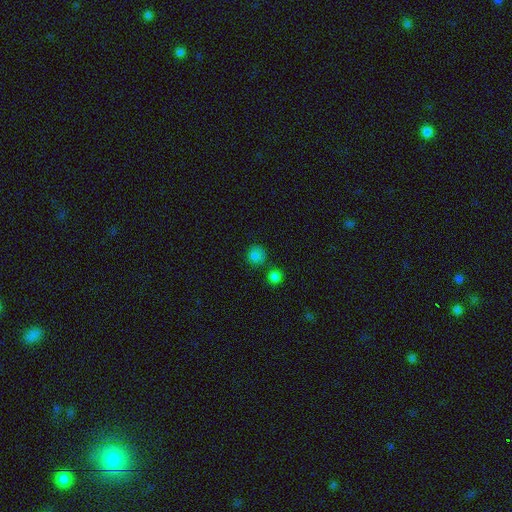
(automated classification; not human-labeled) A smooth galaxy with no disk features (82%) that is round (91%).

Vote fractions:
- Smooth or featured? smooth: 82% / star or artifact: 14% / featured or disk: 4%
- How rounded? round: 91% / in between: 8% / cigar-shaped: 1%
- Merging? none: 74% / merger: 12% / minor disturbance: 11% / major disturbance: 4%